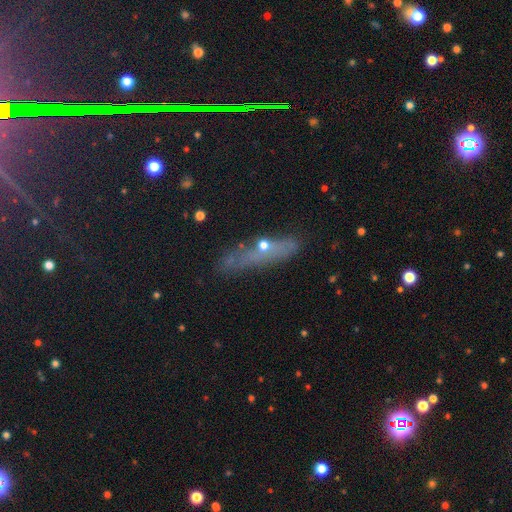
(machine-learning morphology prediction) type=featured or disk (42%); merging=none (67%).